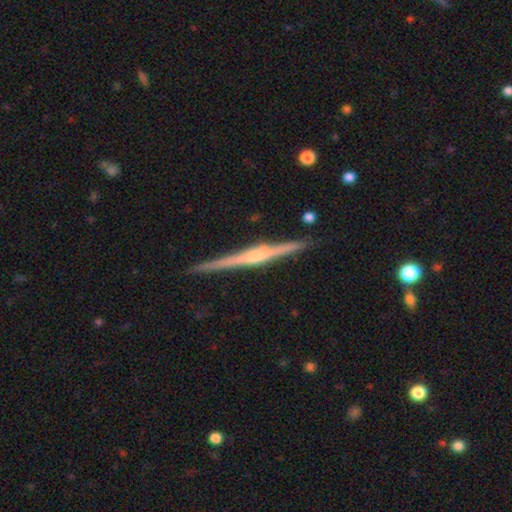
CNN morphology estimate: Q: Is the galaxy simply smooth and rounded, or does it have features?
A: featured or disk — 82%.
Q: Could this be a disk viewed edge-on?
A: yes — 98%.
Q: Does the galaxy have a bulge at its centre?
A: rounded — 69%.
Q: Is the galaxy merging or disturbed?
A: none — 90%.